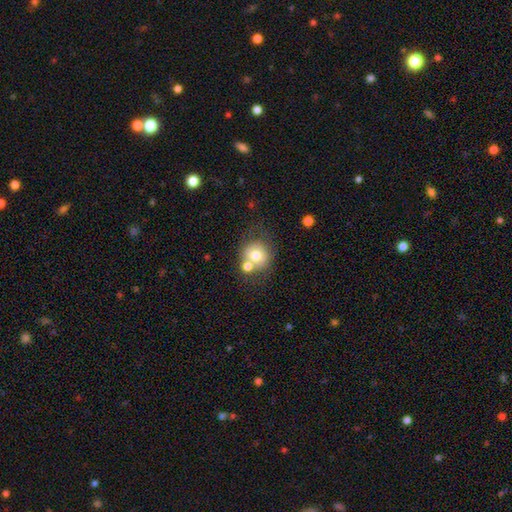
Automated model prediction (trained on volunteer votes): The model was most divided on "merging": none: 47%, merger: 36%, minor disturbance: 12%, major disturbance: 6%. More confident: how rounded — round (86%); smooth or featured — smooth (69%).